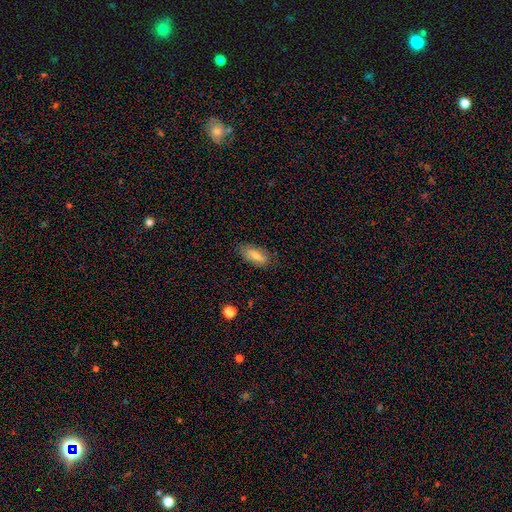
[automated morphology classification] Overall: smooth (71%). How rounded: in between (82%). Merging: none (78%).